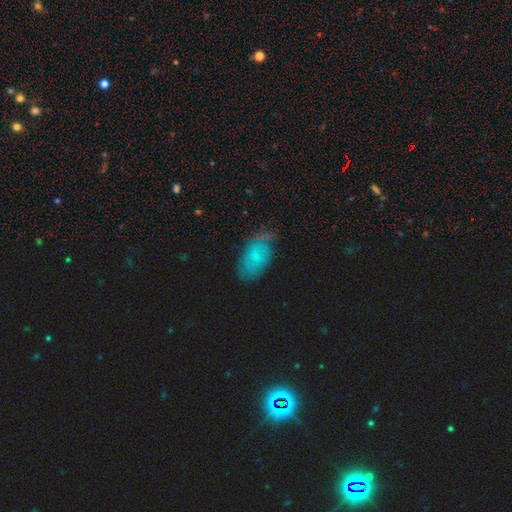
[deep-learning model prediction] Smooth or featured? smooth (49%)
Merging? none (62%)